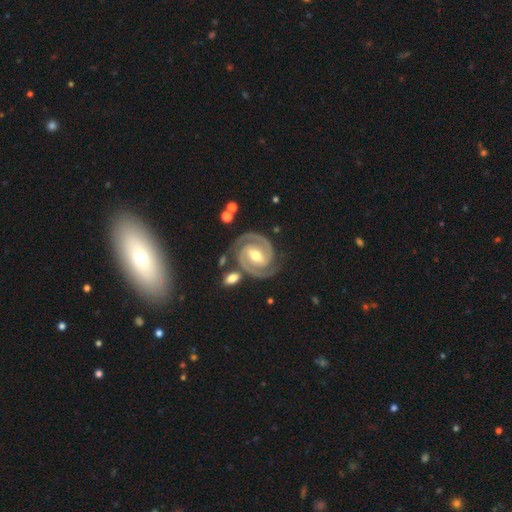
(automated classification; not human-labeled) A featured or disk galaxy (93%) with a strong bar (54%), 2 (93%) tight (68%) spiral arms (99%) and a moderate central bulge (70%). Merging: none (81%).